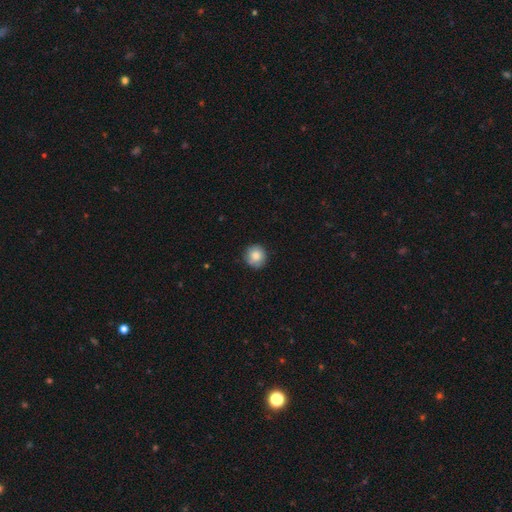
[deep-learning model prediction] Morphology: type=smooth (84%); roundness=round (92%); merging=none (86%).